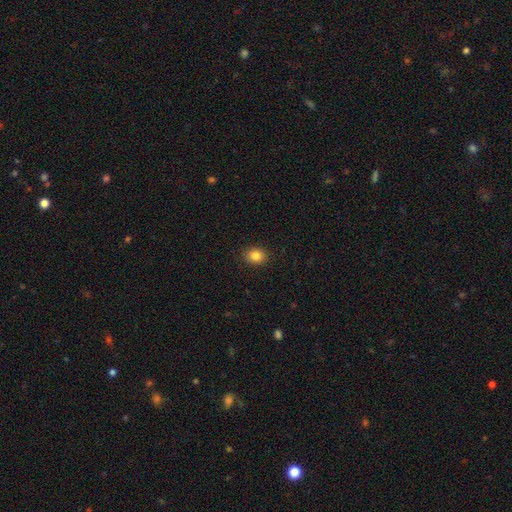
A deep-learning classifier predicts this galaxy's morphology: type=smooth (85%); roundness=round (52%); merging=none (90%).